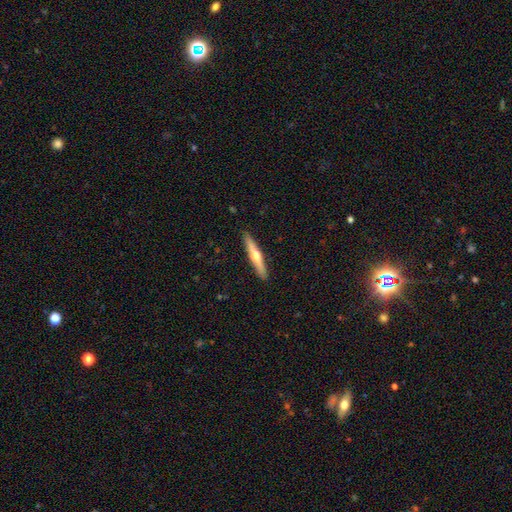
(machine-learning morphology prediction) Smooth or featured: featured or disk — 57% (smooth — 38%)
Edge-on disk: yes — 96% (no — 4%)
Edge-on bulge: rounded — 90% (none — 8%)
Merging: none — 91% (minor disturbance — 7%)